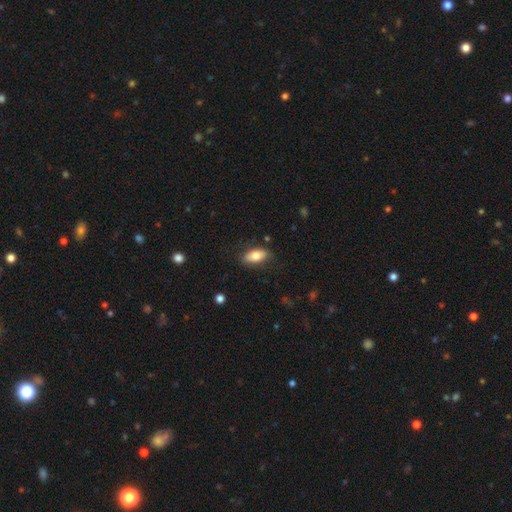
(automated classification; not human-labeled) smooth_or_featured: smooth (p=0.75) [alt: featured or disk p=0.18]
how_rounded: in between (p=0.87) [alt: cigar-shaped p=0.09]
merging: none (p=0.80) [alt: minor disturbance p=0.15]